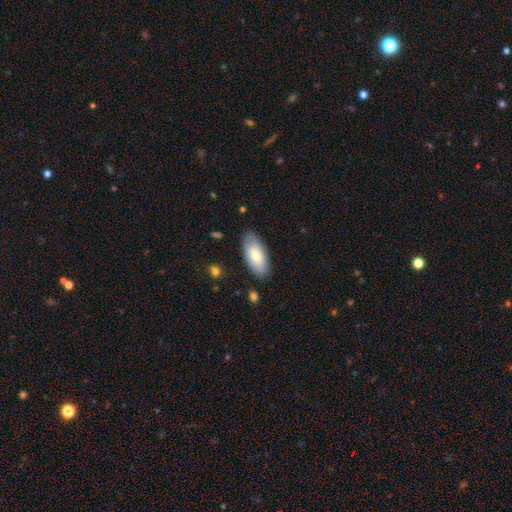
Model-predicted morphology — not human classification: A smooth galaxy with no disk features (74%) that is in between round and cigar-shaped (90%).

Vote fractions:
- Smooth or featured? smooth: 74% / featured or disk: 20% / star or artifact: 6%
- How rounded? in between: 90% / cigar-shaped: 8% / round: 2%
- Merging? none: 84% / minor disturbance: 12% / major disturbance: 3% / merger: 1%